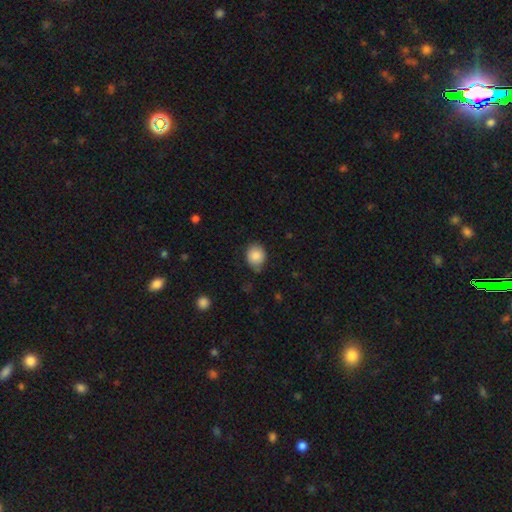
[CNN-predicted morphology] smooth 86%, star or artifact 8%, featured or disk 6%. Down the decision tree: how rounded — round (63%); merging — none (70%).